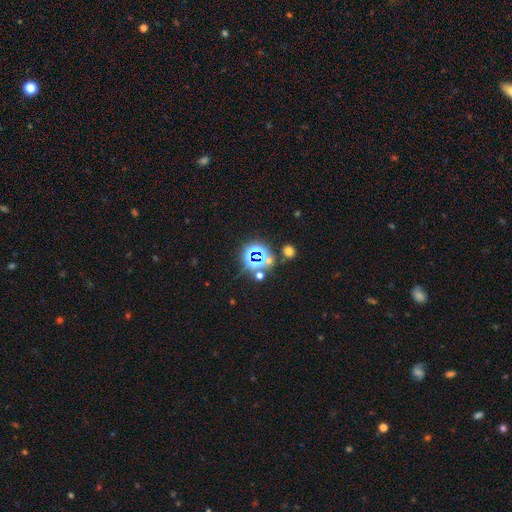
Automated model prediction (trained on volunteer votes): smooth_or_featured: star or artifact (p=0.70) [alt: smooth p=0.21]